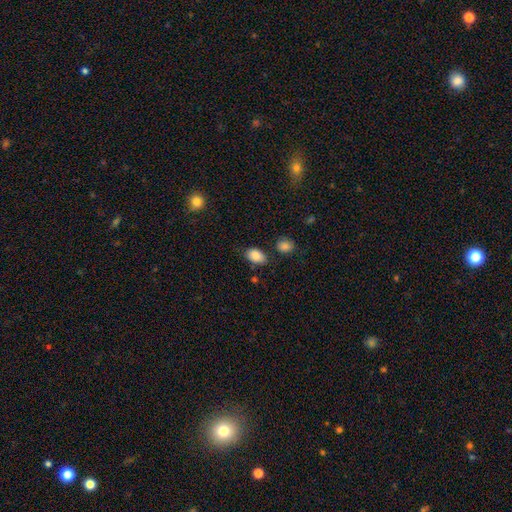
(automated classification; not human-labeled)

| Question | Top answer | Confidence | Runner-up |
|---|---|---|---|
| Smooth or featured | smooth | 87% | star or artifact (8%) |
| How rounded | in between | 88% | round (10%) |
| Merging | none | 75% | minor disturbance (16%) |